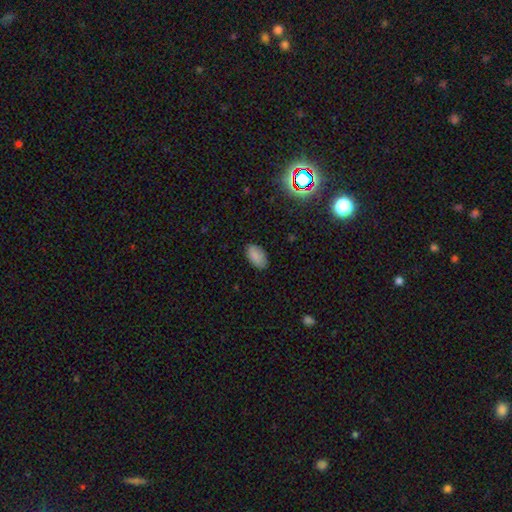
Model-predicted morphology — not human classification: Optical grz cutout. It shows a smooth galaxy with no disk features (85%) that is in between round and cigar-shaped (95%). Merging: none (84%).